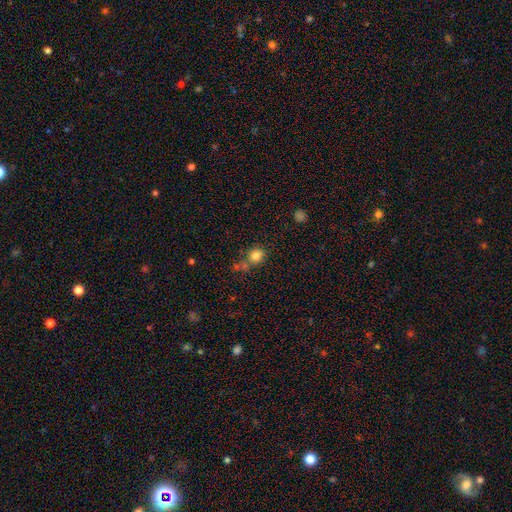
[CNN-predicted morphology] Smooth or featured?
  - smooth: 81% *
  - star or artifact: 12%
  - featured or disk: 7%
How rounded?
  - round: 74% *
  - in between: 25%
  - cigar-shaped: 1%
Merging?
  - none: 62% *
  - merger: 17%
  - minor disturbance: 15%
  - major disturbance: 6%